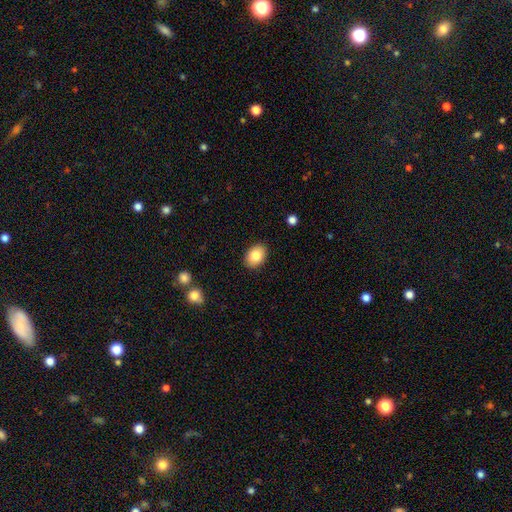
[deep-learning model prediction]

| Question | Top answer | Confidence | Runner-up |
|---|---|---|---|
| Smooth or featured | smooth | 84% | featured or disk (8%) |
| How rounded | in between | 76% | round (23%) |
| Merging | none | 89% | minor disturbance (8%) |